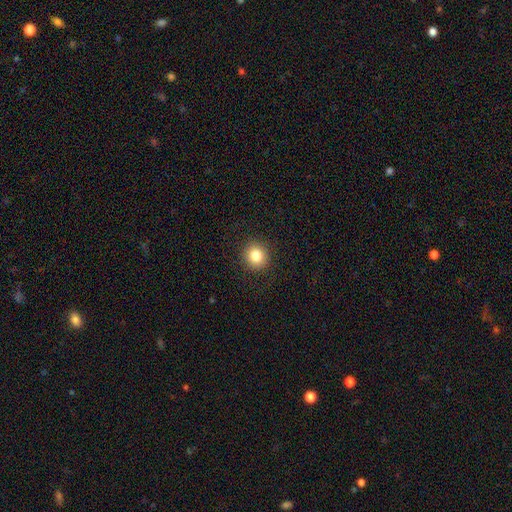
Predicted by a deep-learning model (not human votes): smooth-or-featured: smooth: 83% | star or artifact: 11% | featured or disk: 6%
  how-rounded: round: 89% | in between: 10% | cigar-shaped: 1%
  merging: none: 91% | minor disturbance: 6% | major disturbance: 2% | merger: 1%